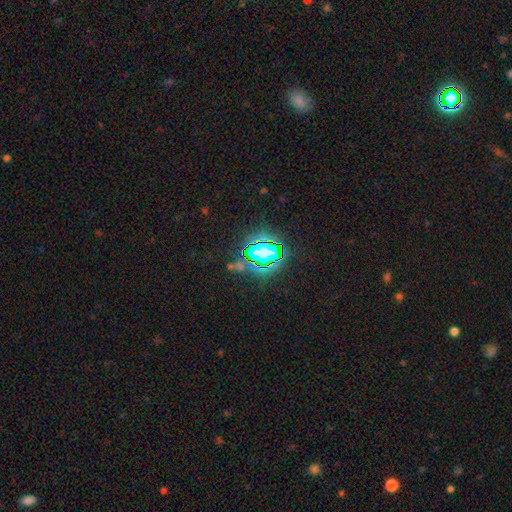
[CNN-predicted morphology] A star or artifact, not a galaxy (79%).

Vote fractions:
- Smooth or featured? star or artifact: 79% / smooth: 13% / featured or disk: 8%